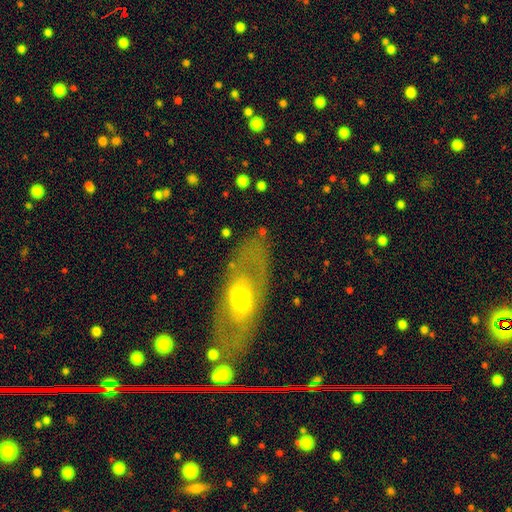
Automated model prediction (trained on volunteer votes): Overall: featured or disk (58%; smooth 32%). Edge-on disk: no (78%). Merging: none (80%).